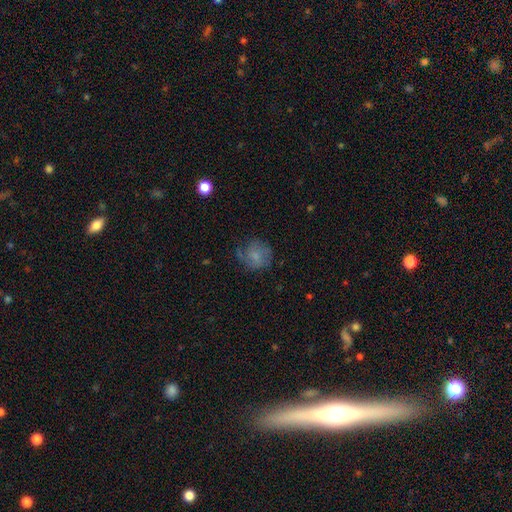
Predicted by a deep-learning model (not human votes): Smooth or featured? smooth (54%)
How rounded? round (81%)
Merging? none (57%)